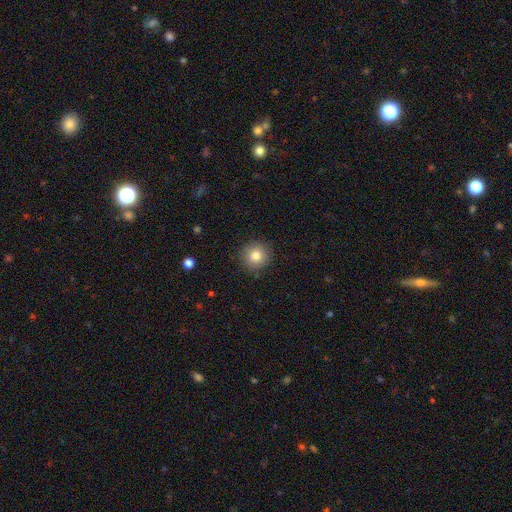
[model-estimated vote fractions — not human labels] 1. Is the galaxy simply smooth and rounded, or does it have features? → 81% smooth, 11% star or artifact, 8% featured or disk.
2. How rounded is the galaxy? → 94% round, 5% in between, 1% cigar-shaped.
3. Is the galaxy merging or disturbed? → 90% none, 7% minor disturbance, 2% major disturbance, 1% merger.